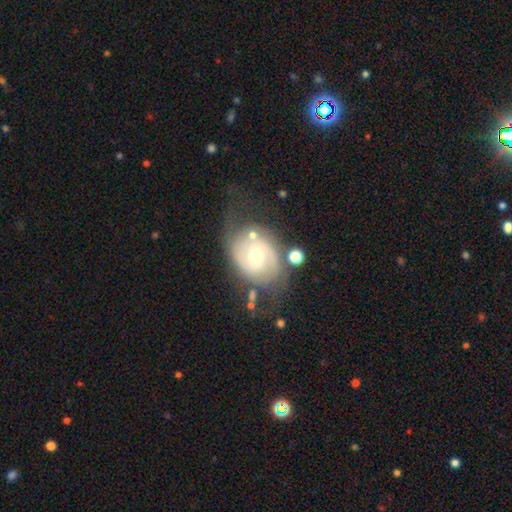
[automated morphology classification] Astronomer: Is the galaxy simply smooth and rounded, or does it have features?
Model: featured or disk — 73%.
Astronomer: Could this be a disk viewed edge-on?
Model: no — 97%.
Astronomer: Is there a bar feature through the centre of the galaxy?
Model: no — 48% (runner-up: weak, 42%).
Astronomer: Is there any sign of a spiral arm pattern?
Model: yes — 87%.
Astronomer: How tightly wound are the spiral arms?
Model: medium — 43% (runner-up: tight, 35%).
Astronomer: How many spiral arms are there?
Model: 2 — 75%.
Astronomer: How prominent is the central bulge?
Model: moderate — 51% (runner-up: small, 43%).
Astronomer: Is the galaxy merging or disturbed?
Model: none — 52%.